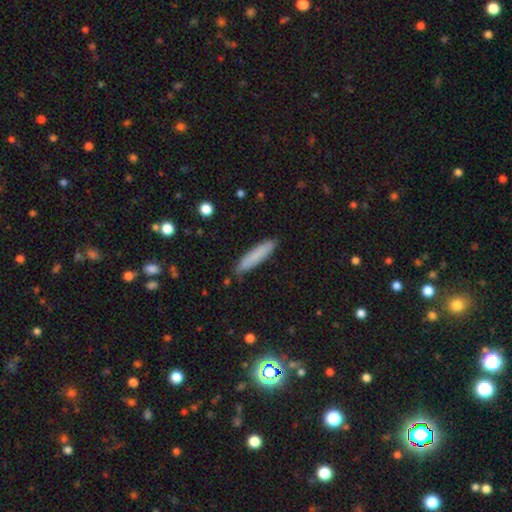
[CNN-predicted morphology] Smooth or featured: smooth — 81% (featured or disk — 12%)
How rounded: cigar-shaped — 87% (in between — 12%)
Merging: none — 86% (minor disturbance — 11%)